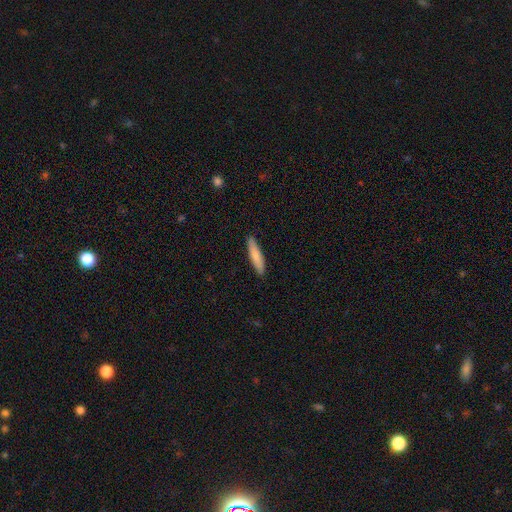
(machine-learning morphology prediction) Overall: smooth (83%). How rounded: cigar-shaped (84%). Merging: none (90%).